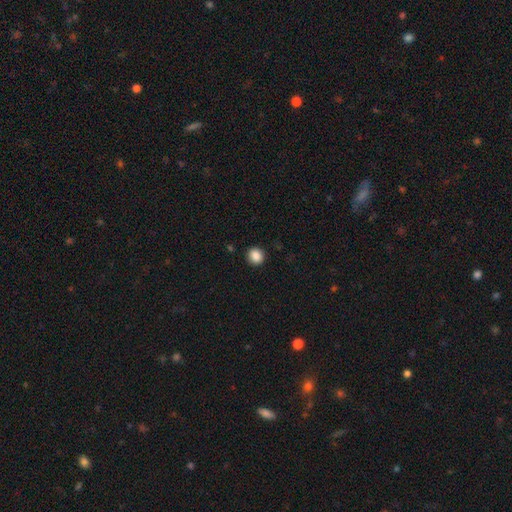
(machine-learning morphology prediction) Q: Smooth or featured?
A: smooth (87%); runner-up: star or artifact (9%)
Q: How rounded?
A: round (89%); runner-up: in between (10%)
Q: Merging?
A: none (92%); runner-up: minor disturbance (5%)